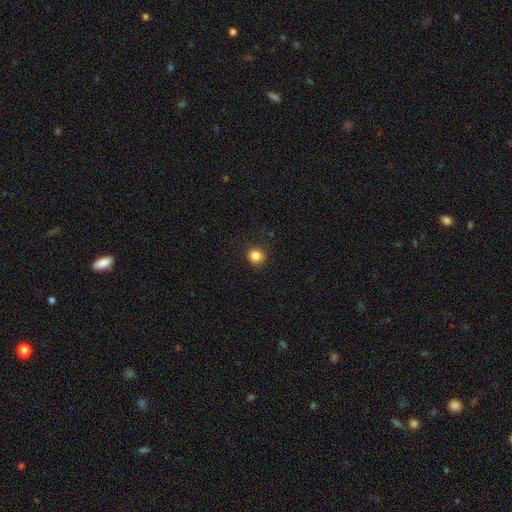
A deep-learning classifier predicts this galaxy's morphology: smooth_or_featured: smooth (p=0.85) [alt: star or artifact p=0.11]
how_rounded: round (p=0.91) [alt: in between p=0.08]
merging: none (p=0.88) [alt: minor disturbance p=0.08]